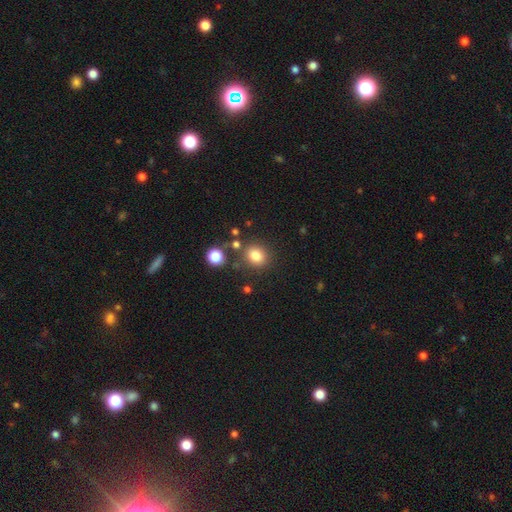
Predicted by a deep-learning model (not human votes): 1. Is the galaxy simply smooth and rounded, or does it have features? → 80% smooth, 13% star or artifact, 7% featured or disk.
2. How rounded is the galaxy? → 77% round, 22% in between, 1% cigar-shaped.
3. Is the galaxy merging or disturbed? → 81% none, 9% minor disturbance, 6% merger, 4% major disturbance.